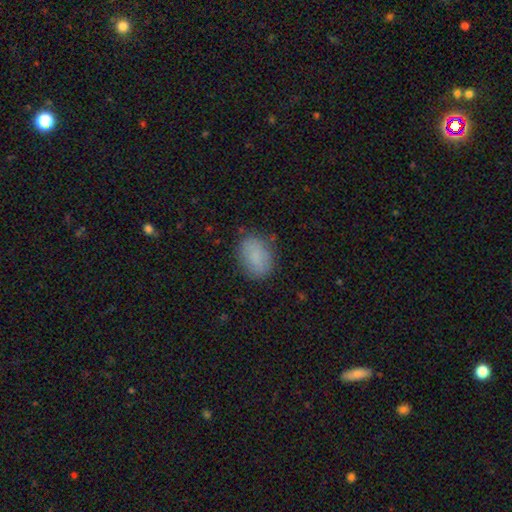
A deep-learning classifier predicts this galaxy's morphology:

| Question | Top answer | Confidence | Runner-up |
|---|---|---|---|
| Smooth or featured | smooth | 84% | star or artifact (8%) |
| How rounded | in between | 77% | round (21%) |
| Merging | none | 80% | minor disturbance (15%) |